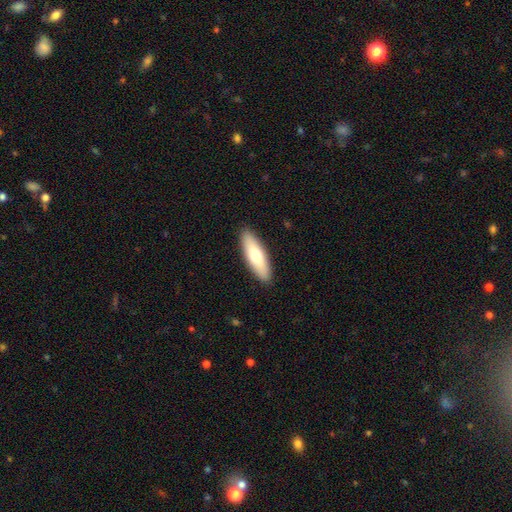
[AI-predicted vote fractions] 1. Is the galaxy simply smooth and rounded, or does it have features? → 71% smooth, 24% featured or disk, 5% star or artifact.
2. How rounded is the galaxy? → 52% cigar-shaped, 47% in between, 2% round.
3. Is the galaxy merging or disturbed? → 90% none, 7% minor disturbance, 2% major disturbance, 1% merger.